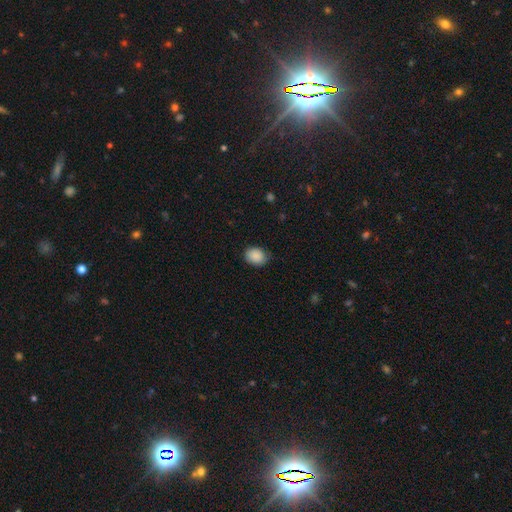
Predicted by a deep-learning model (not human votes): Smooth or featured? Predicted: smooth (p=0.89). How rounded? Predicted: in between (p=0.53). Merging? Predicted: none (p=0.78).